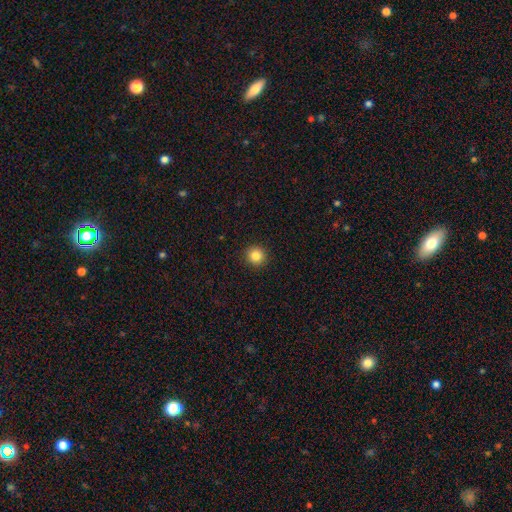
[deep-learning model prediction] Smooth or featured? smooth (84%)
How rounded? round (95%)
Merging? none (93%)